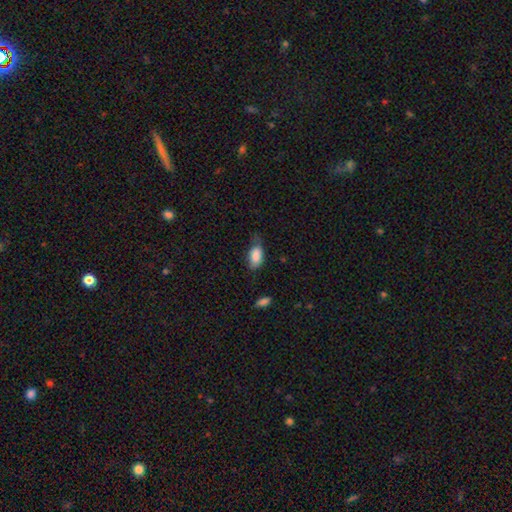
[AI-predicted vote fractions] Smooth or featured? smooth (85%)
How rounded? in between (91%)
Merging? none (43%)